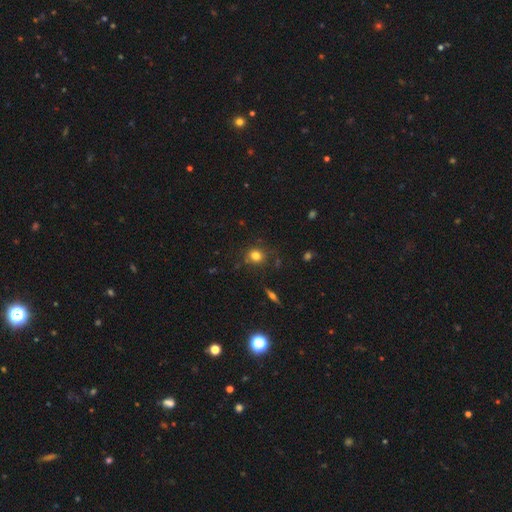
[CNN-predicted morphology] The model was most divided on "smooth or featured": smooth: 77%, star or artifact: 14%, featured or disk: 8%. More confident: how rounded — round (83%); merging — none (79%).